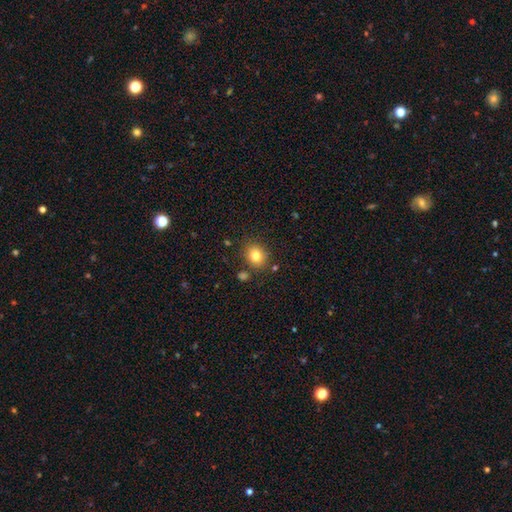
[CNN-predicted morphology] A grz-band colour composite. It shows a smooth galaxy with no disk features (80%) that is round (66%). Merging: none (83%).